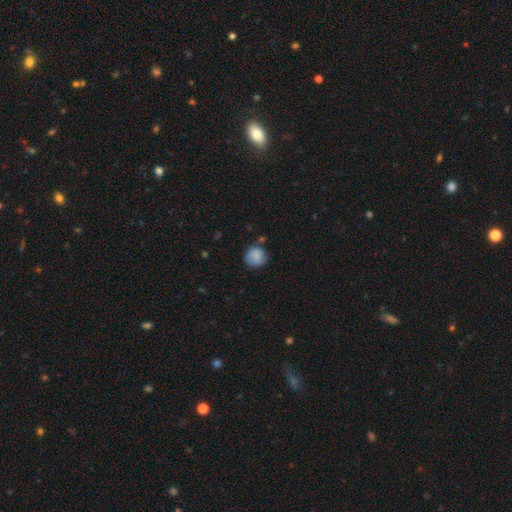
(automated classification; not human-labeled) This appears to be a smooth galaxy with no disk features (84%) that is round (87%). Merging: none (69%).